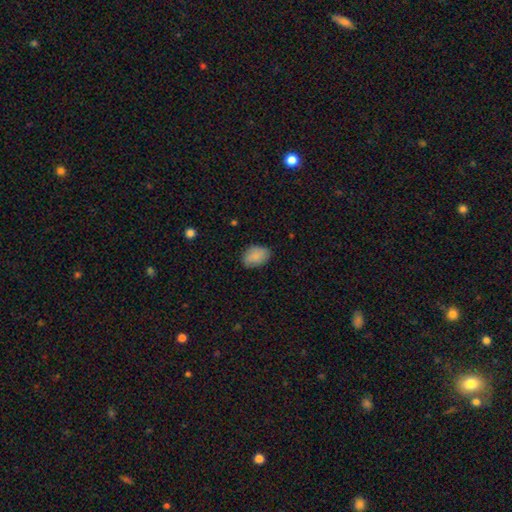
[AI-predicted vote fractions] smooth_or_featured: smooth (p=0.87) [alt: star or artifact p=0.07]
how_rounded: in between (p=0.83) [alt: round p=0.16]
merging: none (p=0.80) [alt: minor disturbance p=0.15]